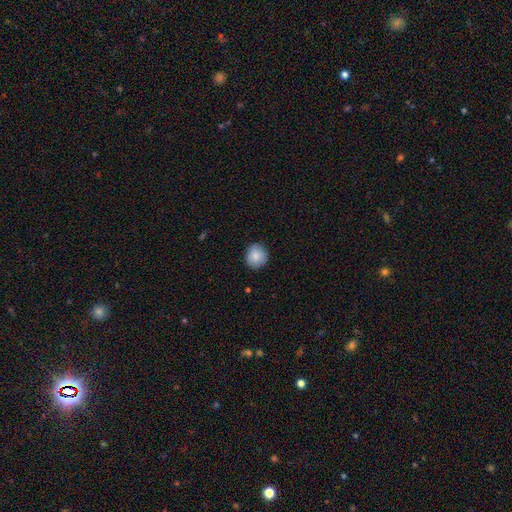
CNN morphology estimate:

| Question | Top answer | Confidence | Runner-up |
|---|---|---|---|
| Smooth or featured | smooth | 86% | star or artifact (8%) |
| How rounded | round | 88% | in between (11%) |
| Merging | none | 86% | minor disturbance (11%) |